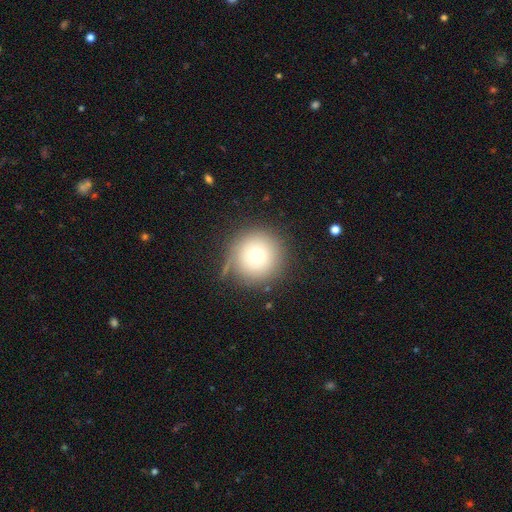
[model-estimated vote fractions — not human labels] Smooth or featured: smooth — 75% (featured or disk — 13%)
How rounded: round — 96% (in between — 4%)
Merging: none — 80% (minor disturbance — 12%)